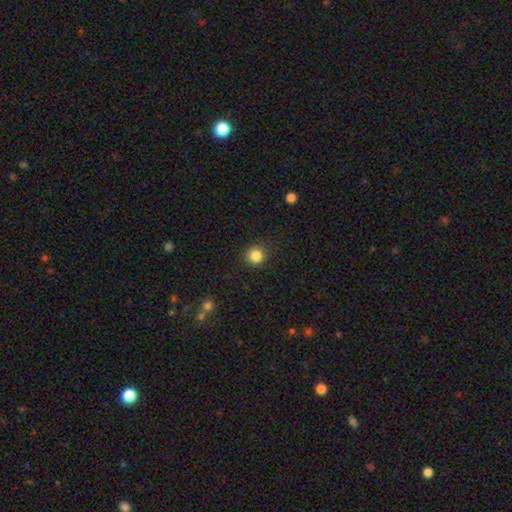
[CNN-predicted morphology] The model was most divided on "smooth or featured": smooth: 84%, star or artifact: 11%, featured or disk: 4%. More confident: how rounded — round (93%); merging — none (91%).